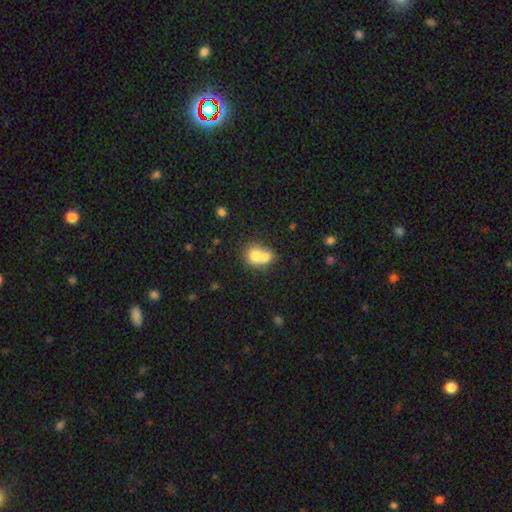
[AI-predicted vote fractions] Overall: smooth (72%). How rounded: round (71%). Merging: merger (67%).